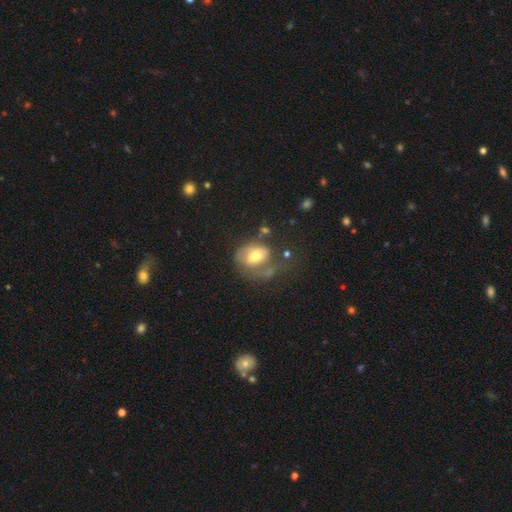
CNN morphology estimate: Smooth or featured: smooth — 60% (featured or disk — 32%)
How rounded: in between — 53% (round — 46%)
Merging: major disturbance — 35% (none — 30%)